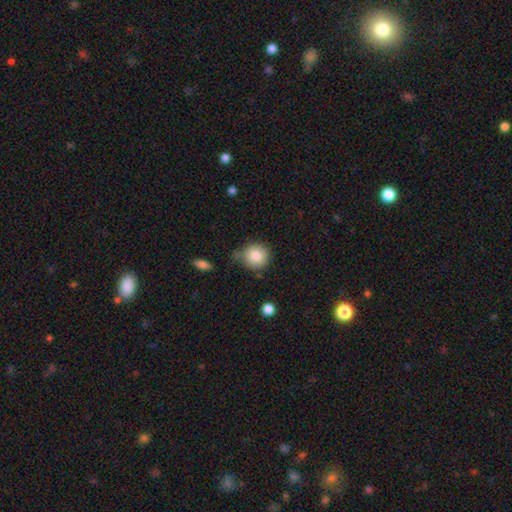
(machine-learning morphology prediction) smooth 84%, star or artifact 9%, featured or disk 7%. Down the decision tree: how rounded — round (91%); merging — none (72%).